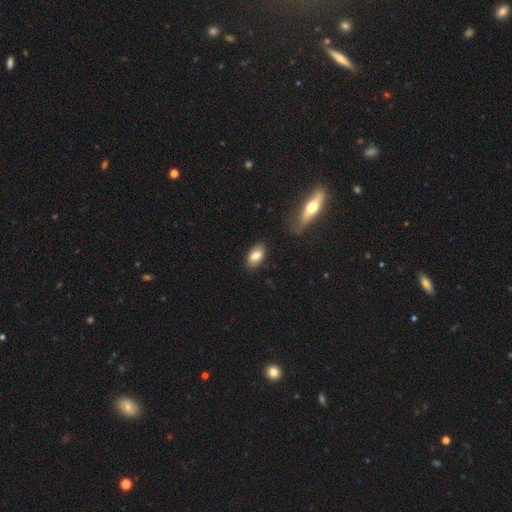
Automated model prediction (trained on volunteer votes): This appears to be a smooth galaxy with no disk features (80%) that is in between round and cigar-shaped (92%). Merging: none (85%).